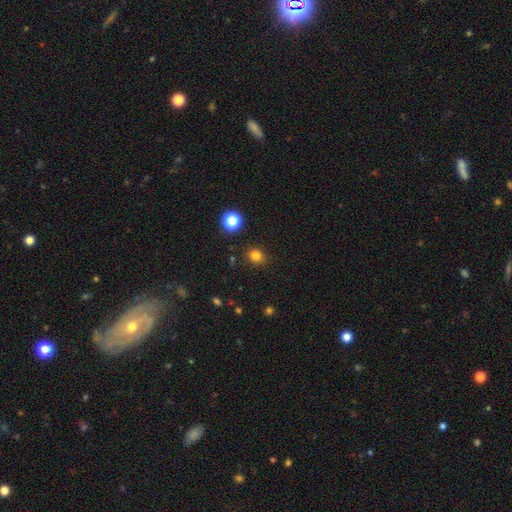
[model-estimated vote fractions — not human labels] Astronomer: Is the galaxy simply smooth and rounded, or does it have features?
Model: smooth — 80%.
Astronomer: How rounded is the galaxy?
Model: round — 74%.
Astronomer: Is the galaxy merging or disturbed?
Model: none — 85%.